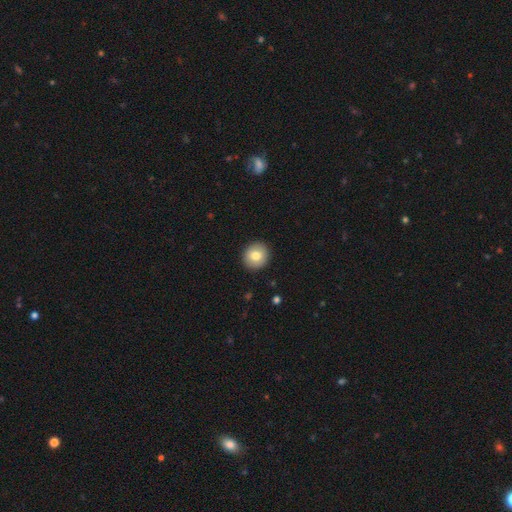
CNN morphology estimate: Smooth or featured? Predicted: smooth (p=0.78). How rounded? Predicted: round (p=0.88). Merging? Predicted: none (p=0.92).